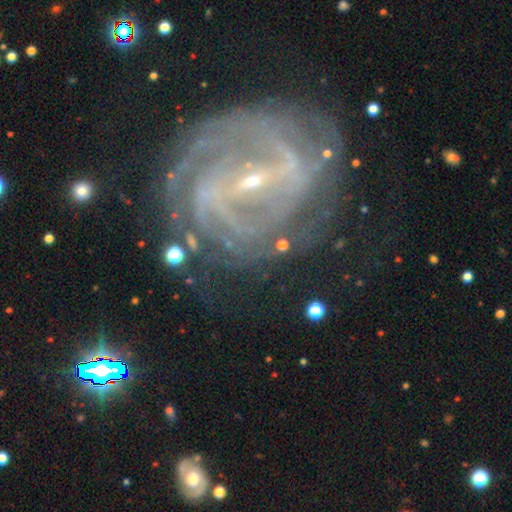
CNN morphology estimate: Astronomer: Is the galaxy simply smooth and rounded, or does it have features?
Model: featured or disk — 88%.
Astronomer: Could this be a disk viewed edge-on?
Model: no — 96%.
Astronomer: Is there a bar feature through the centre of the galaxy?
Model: strong — 59%.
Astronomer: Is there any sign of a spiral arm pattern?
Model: yes — 96%.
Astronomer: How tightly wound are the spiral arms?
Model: tight — 61%.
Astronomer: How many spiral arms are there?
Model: can't tell — 26% (runner-up: 2, 21%).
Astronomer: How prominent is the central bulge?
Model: small — 83%.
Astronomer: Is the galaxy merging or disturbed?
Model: none — 71%.